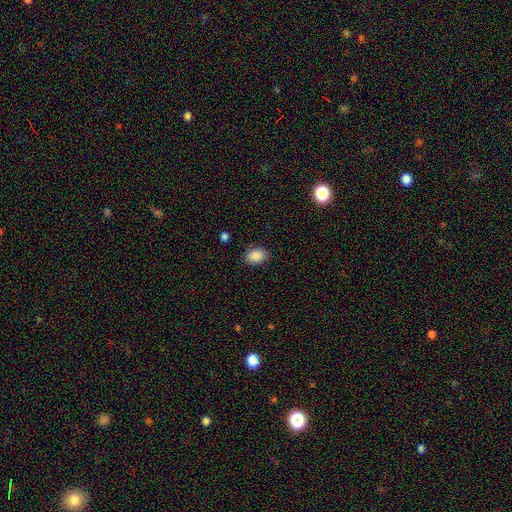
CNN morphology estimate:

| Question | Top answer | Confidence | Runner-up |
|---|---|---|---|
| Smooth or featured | smooth | 88% | star or artifact (9%) |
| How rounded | in between | 73% | round (26%) |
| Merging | none | 84% | minor disturbance (12%) |